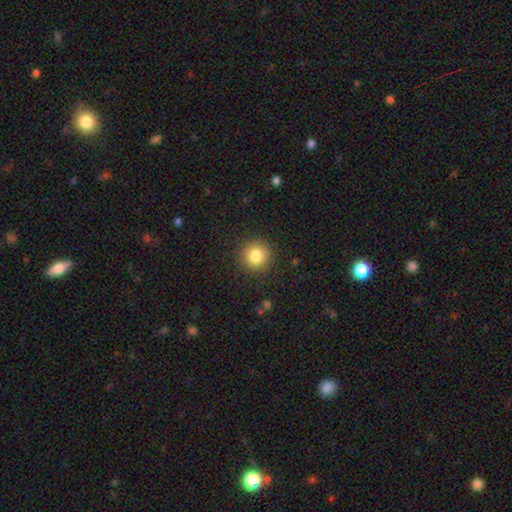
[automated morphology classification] The model was most divided on "smooth or featured": smooth: 83%, star or artifact: 10%, featured or disk: 6%. More confident: how rounded — round (94%); merging — none (90%).